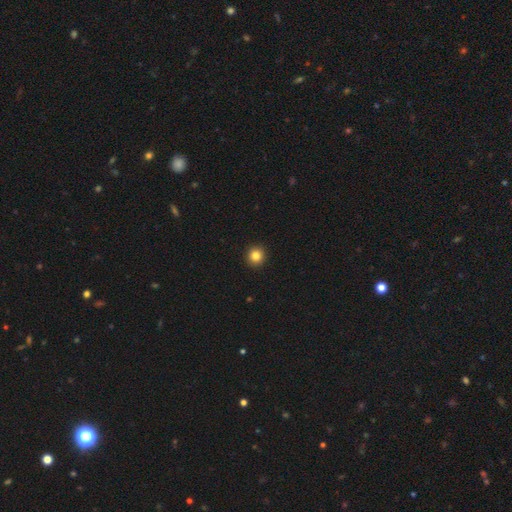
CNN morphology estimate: smooth 84%, star or artifact 11%, featured or disk 5%. Down the decision tree: how rounded — round (93%); merging — none (93%).